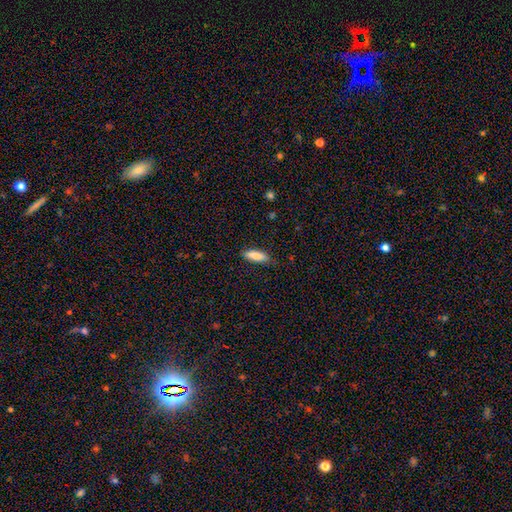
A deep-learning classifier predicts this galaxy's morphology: Q: Smooth or featured?
A: smooth (81%); runner-up: featured or disk (12%)
Q: How rounded?
A: in between (53%); runner-up: cigar-shaped (46%)
Q: Merging?
A: none (82%); runner-up: minor disturbance (14%)